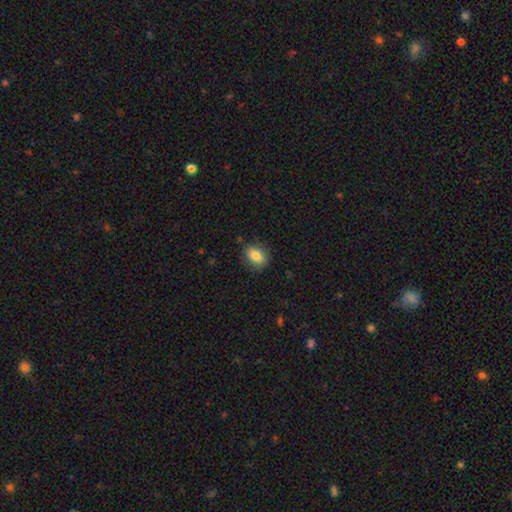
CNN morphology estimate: The model was most divided on "how rounded": in between: 70%, round: 29%, cigar-shaped: 2%. More confident: merging — none (85%); smooth or featured — smooth (83%).